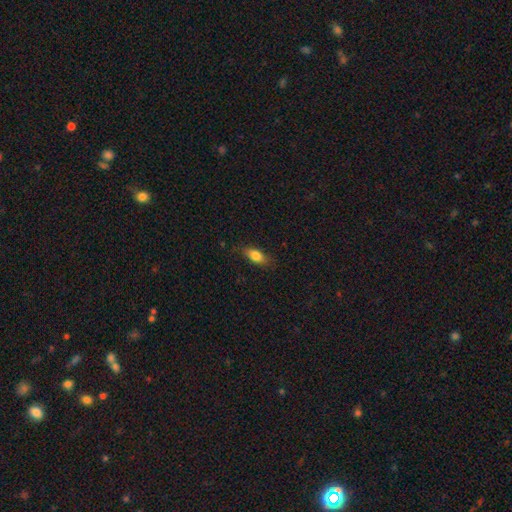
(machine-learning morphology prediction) smooth-or-featured: smooth: 79% | featured or disk: 13% | star or artifact: 8%
  how-rounded: in between: 79% | cigar-shaped: 16% | round: 5%
  merging: none: 78% | minor disturbance: 17% | major disturbance: 4% | merger: 1%